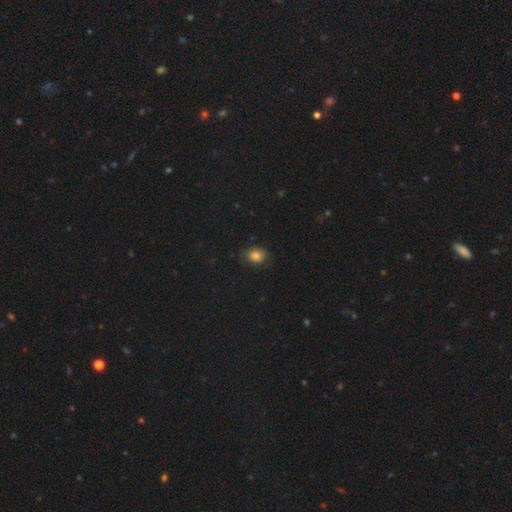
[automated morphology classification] Smooth or featured? smooth (82%)
How rounded? in between (57%)
Merging? none (78%)